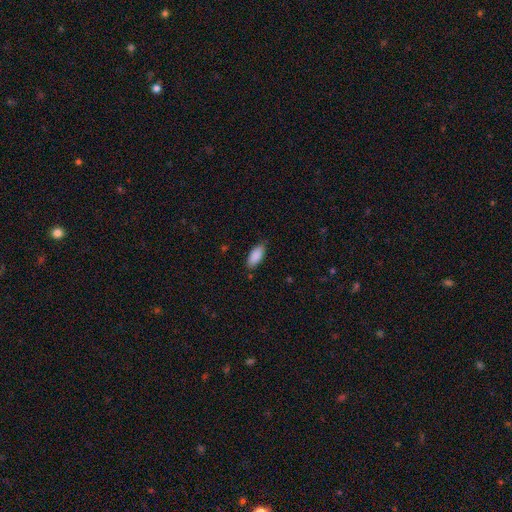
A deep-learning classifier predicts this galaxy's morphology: A smooth galaxy with no disk features (90%) that is in between round and cigar-shaped (87%).

Vote fractions:
- Smooth or featured? smooth: 90% / star or artifact: 6% / featured or disk: 4%
- How rounded? in between: 87% / cigar-shaped: 11% / round: 2%
- Merging? none: 81% / minor disturbance: 15% / major disturbance: 3% / merger: 1%